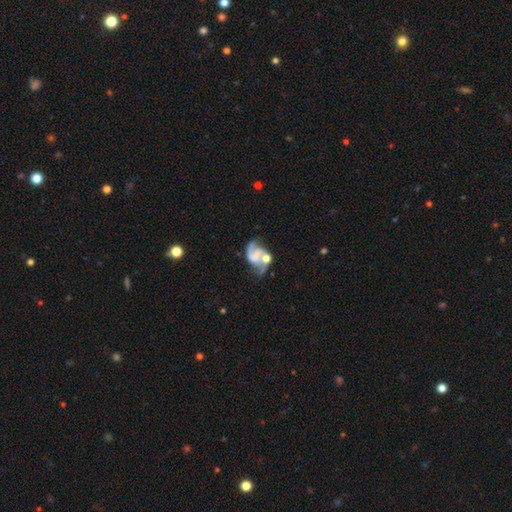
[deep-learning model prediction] Morphology: type=featured or disk (77%); edge-on=no (98%); bar=no (48%); spiral arms=yes (90%); winding=medium (43%, tied with loose); arm count=2 (85%); bulge=none (38%); merging=none (36%).